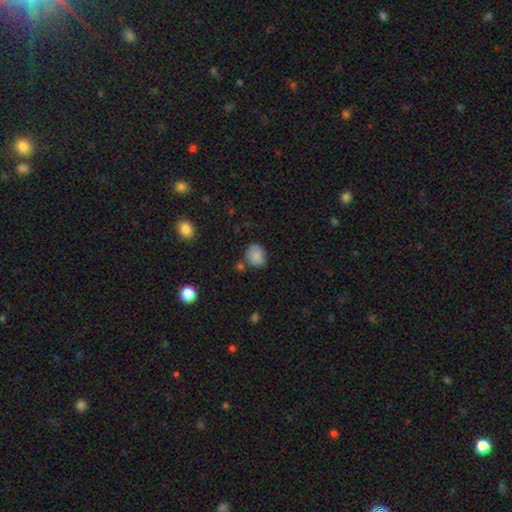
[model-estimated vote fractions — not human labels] smooth_or_featured: smooth (p=0.83) [alt: star or artifact p=0.09]
how_rounded: round (p=0.65) [alt: in between p=0.34]
merging: none (p=0.61) [alt: minor disturbance p=0.22]